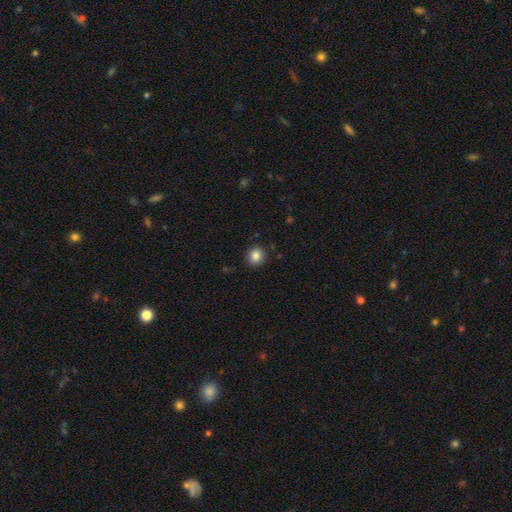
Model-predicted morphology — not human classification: smooth-or-featured: smooth: 86% | star or artifact: 10% | featured or disk: 4%
  how-rounded: round: 83% | in between: 16% | cigar-shaped: 1%
  merging: none: 88% | minor disturbance: 8% | major disturbance: 2% | merger: 1%